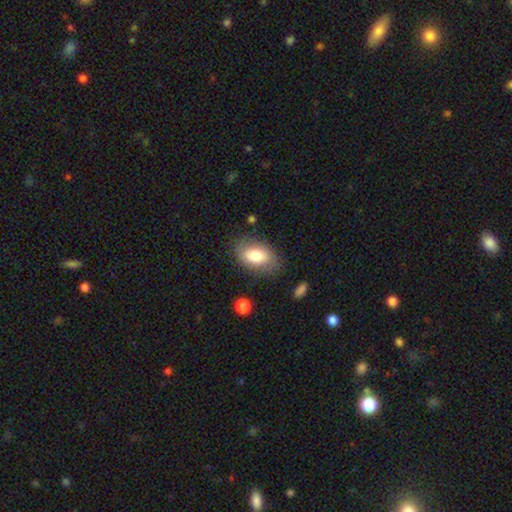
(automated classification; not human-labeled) Smooth or featured? smooth (76%)
How rounded? in between (89%)
Merging? none (75%)